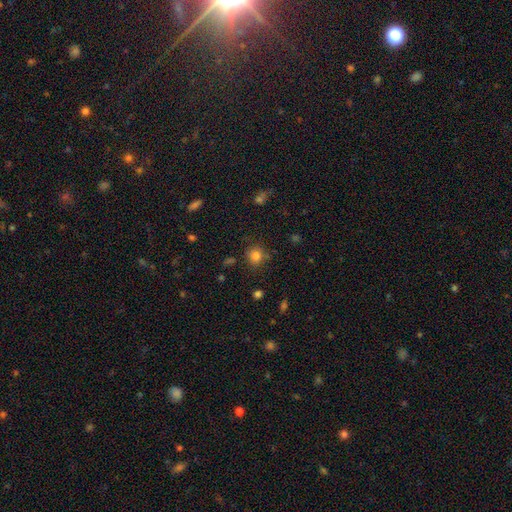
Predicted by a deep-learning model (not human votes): A smooth galaxy with no disk features (81%) that is round (86%).

Vote fractions:
- Smooth or featured? smooth: 81% / star or artifact: 13% / featured or disk: 5%
- How rounded? round: 86% / in between: 13% / cigar-shaped: 1%
- Merging? none: 82% / minor disturbance: 12% / major disturbance: 4% / merger: 3%